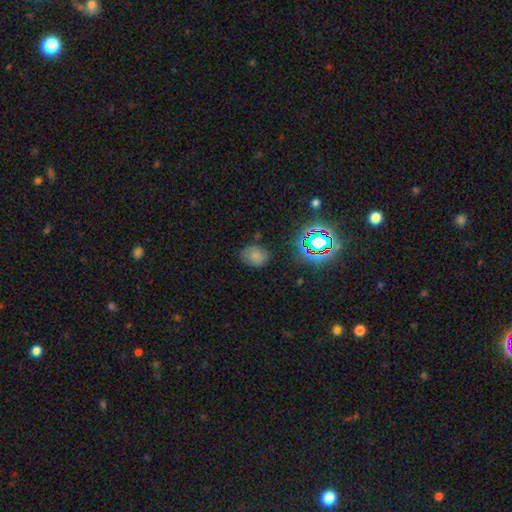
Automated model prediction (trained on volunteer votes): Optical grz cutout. It shows a smooth galaxy with no disk features (70%) that is in between round and cigar-shaped (55%). Merging: none (74%).